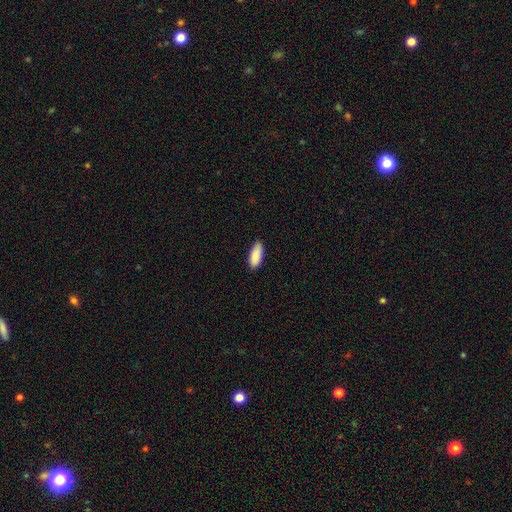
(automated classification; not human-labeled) smooth_or_featured: smooth (p=0.90) [alt: star or artifact p=0.06]
how_rounded: in between (p=0.82) [alt: cigar-shaped p=0.17]
merging: none (p=0.84) [alt: minor disturbance p=0.13]